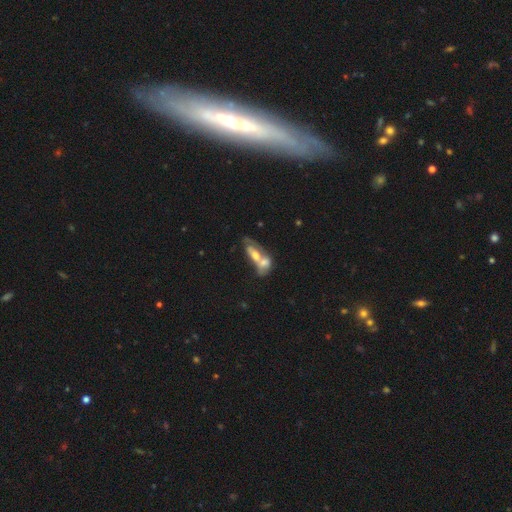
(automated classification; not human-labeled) smooth 48%, featured or disk 44%, star or artifact 8%. Down the decision tree: merging — merger (77%).